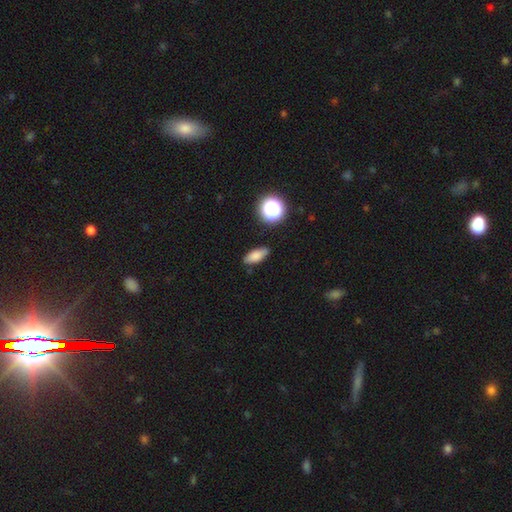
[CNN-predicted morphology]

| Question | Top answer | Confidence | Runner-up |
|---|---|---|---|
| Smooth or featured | smooth | 79% | featured or disk (11%) |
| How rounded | in between | 76% | cigar-shaped (17%) |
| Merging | none | 83% | minor disturbance (12%) |